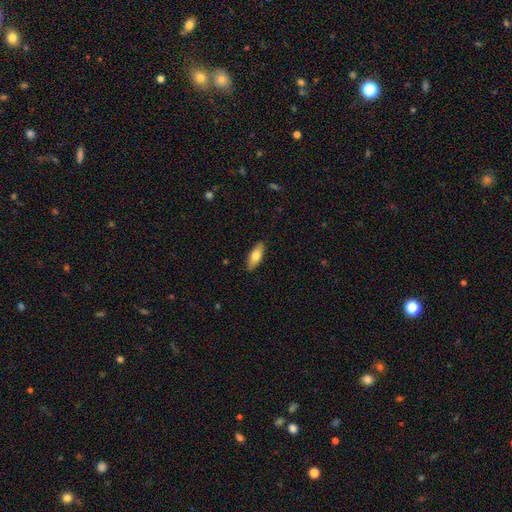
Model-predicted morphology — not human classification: smooth 72%, featured or disk 22%, star or artifact 6%. Down the decision tree: how rounded — in between (70%); merging — none (88%).